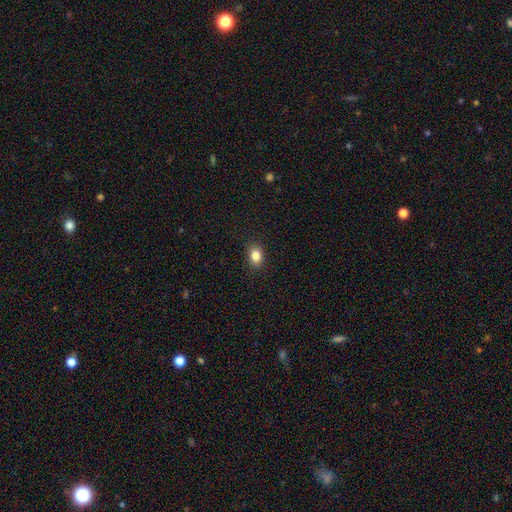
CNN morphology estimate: smooth_or_featured: smooth (p=0.84) [alt: star or artifact p=0.10]
how_rounded: in between (p=0.65) [alt: round p=0.33]
merging: none (p=0.88) [alt: minor disturbance p=0.09]